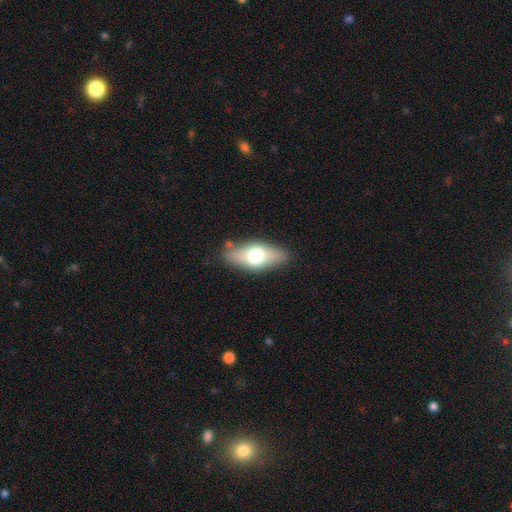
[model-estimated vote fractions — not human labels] Overall: smooth (58%; featured or disk 35%). How rounded: in between (78%). Merging: none (78%).